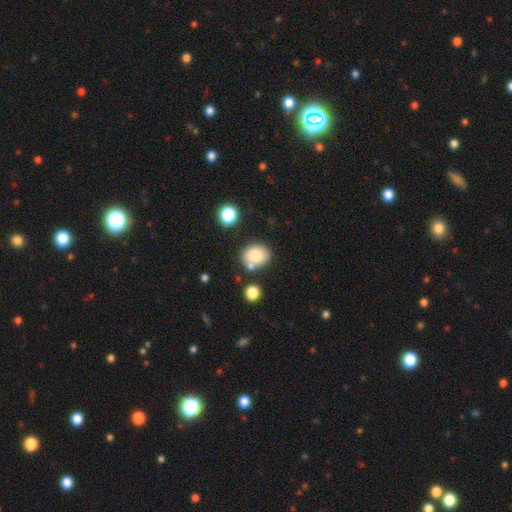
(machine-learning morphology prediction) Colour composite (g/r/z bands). It shows a smooth galaxy with no disk features (78%) that is round (61%). Merging: none (63%).